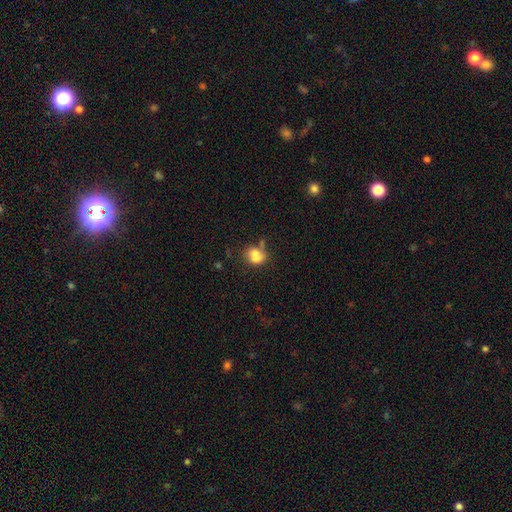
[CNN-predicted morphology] smooth-or-featured: smooth: 70% | featured or disk: 19% | star or artifact: 11%
  how-rounded: in between: 50% | round: 48% | cigar-shaped: 1%
  merging: merger: 41% | none: 31% | minor disturbance: 18% | major disturbance: 11%